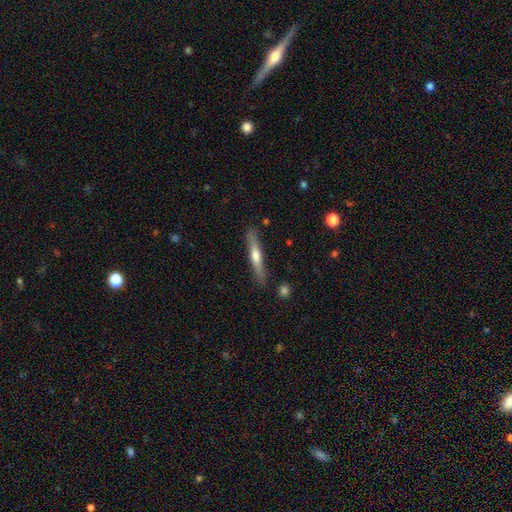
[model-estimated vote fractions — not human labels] Smooth or featured: featured or disk — 48% (smooth — 46%)
Merging: none — 84% (minor disturbance — 11%)